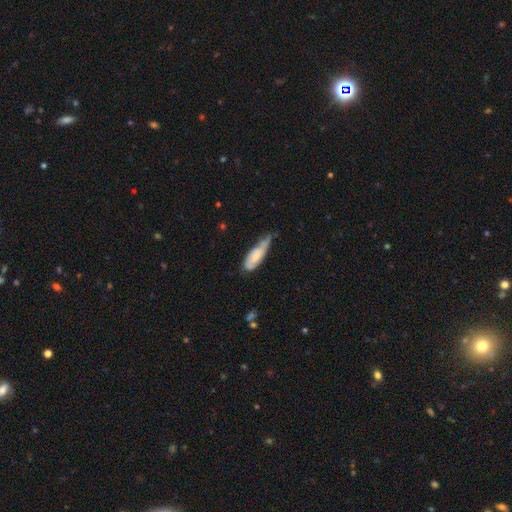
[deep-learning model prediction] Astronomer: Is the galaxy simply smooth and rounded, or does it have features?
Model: smooth — 61%.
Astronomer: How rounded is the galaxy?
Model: in between — 58% (runner-up: cigar-shaped, 40%).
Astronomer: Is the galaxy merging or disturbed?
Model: minor disturbance — 47% (runner-up: none, 29%).